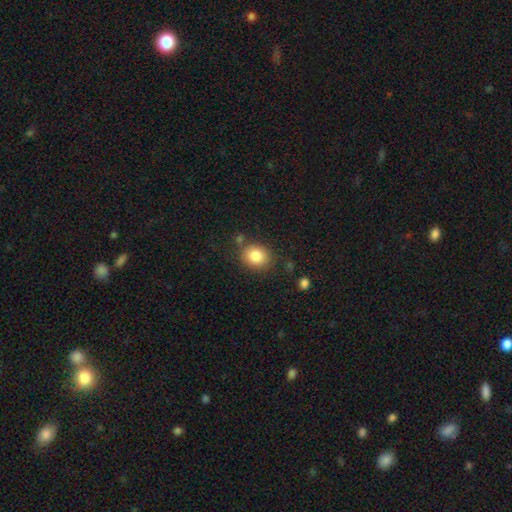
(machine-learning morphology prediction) This is clearly a smooth galaxy (84%). How rounded: likely round (64%). Merging: clearly none (80%).